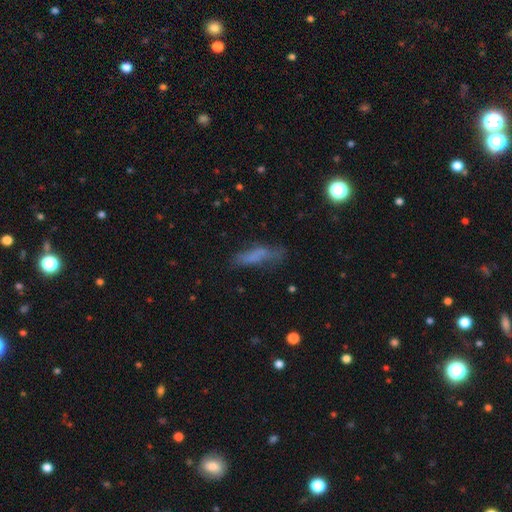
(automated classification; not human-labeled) Morphology: type=smooth (62%); roundness=cigar-shaped (64%); merging=none (54%).